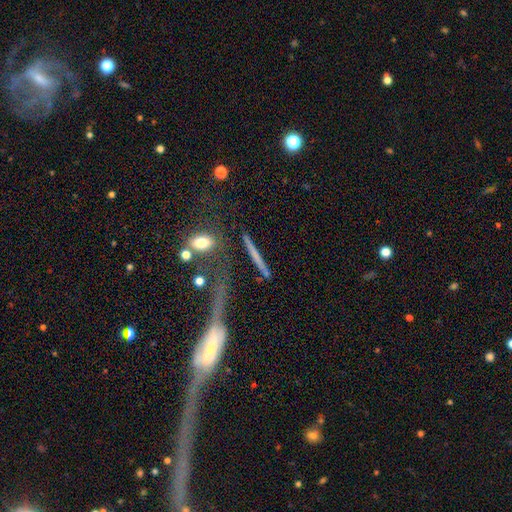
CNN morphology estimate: Smooth or featured?
  - smooth: 46% *
  - featured or disk: 41%
  - star or artifact: 12%
Merging?
  - none: 63% *
  - minor disturbance: 15%
  - major disturbance: 11%
  - merger: 11%